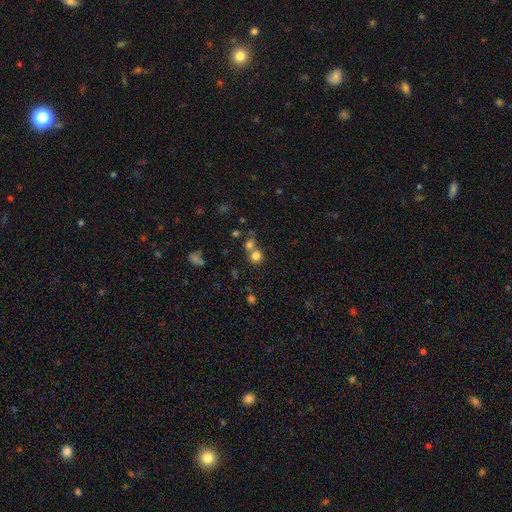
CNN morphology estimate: Smooth or featured? Predicted: smooth (p=0.78). How rounded? Predicted: round (p=0.86). Merging? Predicted: none (p=0.50).